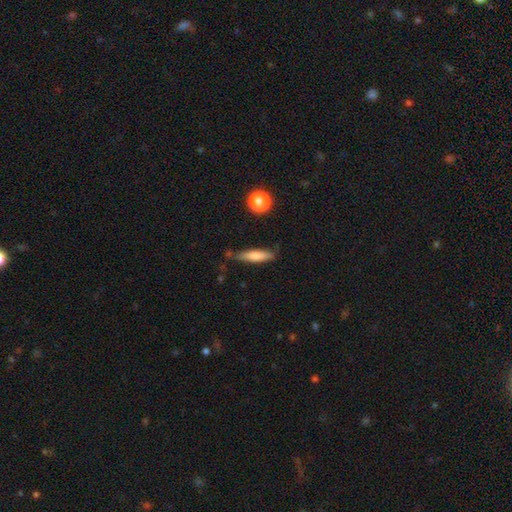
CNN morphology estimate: Smooth or featured? Predicted: smooth (p=0.74). How rounded? Predicted: cigar-shaped (p=0.77). Merging? Predicted: none (p=0.72).